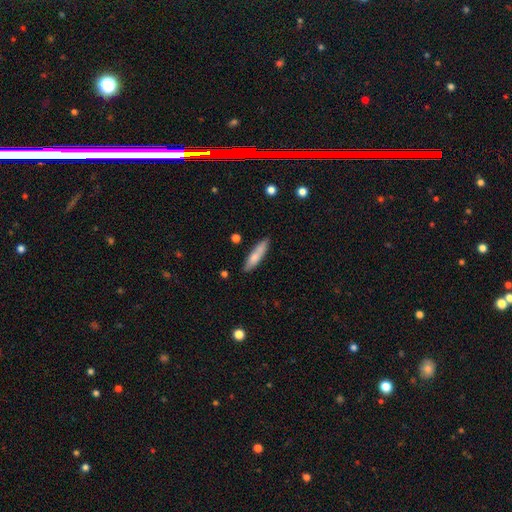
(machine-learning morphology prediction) Q: Smooth or featured?
A: smooth (77%); runner-up: featured or disk (17%)
Q: How rounded?
A: cigar-shaped (75%); runner-up: in between (24%)
Q: Merging?
A: none (83%); runner-up: minor disturbance (12%)